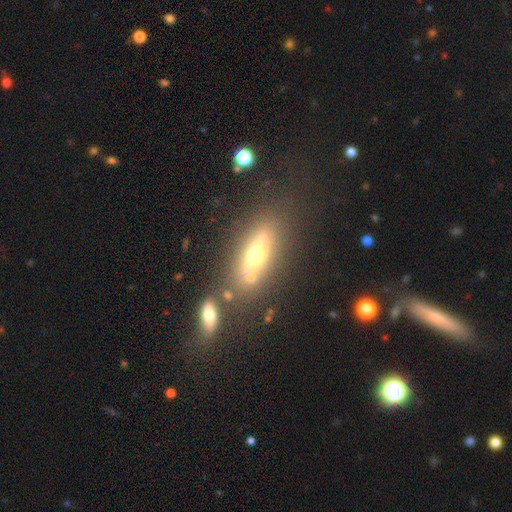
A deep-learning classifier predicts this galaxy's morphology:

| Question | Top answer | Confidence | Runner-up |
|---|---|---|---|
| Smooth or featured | featured or disk | 49% | smooth (40%) |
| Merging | none | 69% | minor disturbance (13%) |